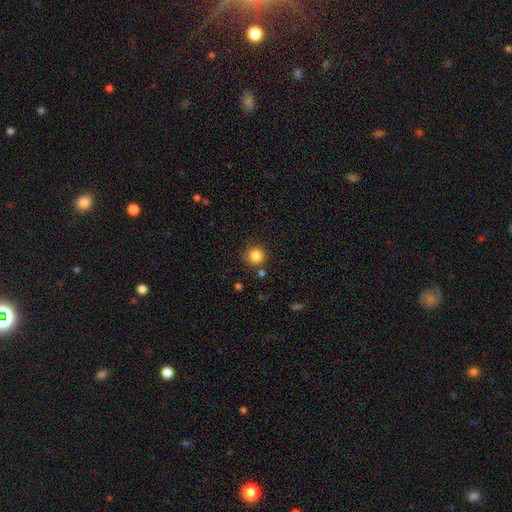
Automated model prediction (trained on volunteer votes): Morphology: type=smooth (85%); roundness=round (93%); merging=none (82%).